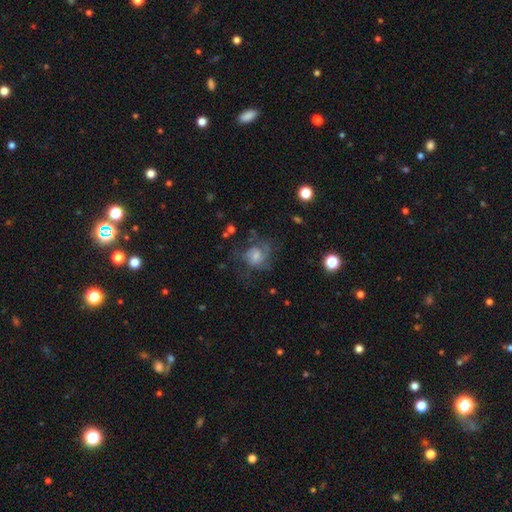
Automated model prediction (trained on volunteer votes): The model was most divided on "smooth or featured": featured or disk: 51%, smooth: 34%, star or artifact: 16%. More confident: edge-on disk — no (97%); merging — none (53%).